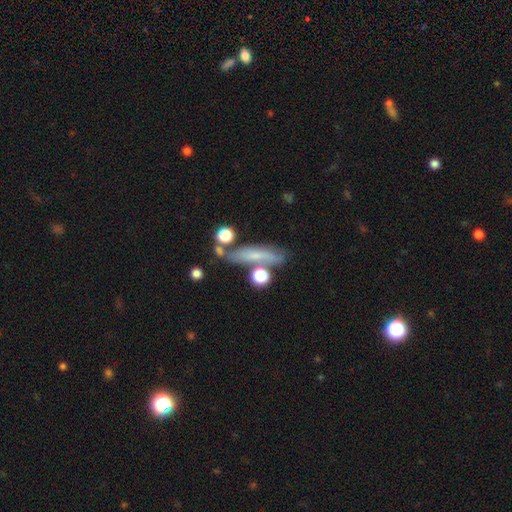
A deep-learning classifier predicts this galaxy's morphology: The model was most divided on "smooth or featured": smooth: 53%, featured or disk: 35%, star or artifact: 12%. More confident: how rounded — cigar-shaped (67%); merging — none (61%).